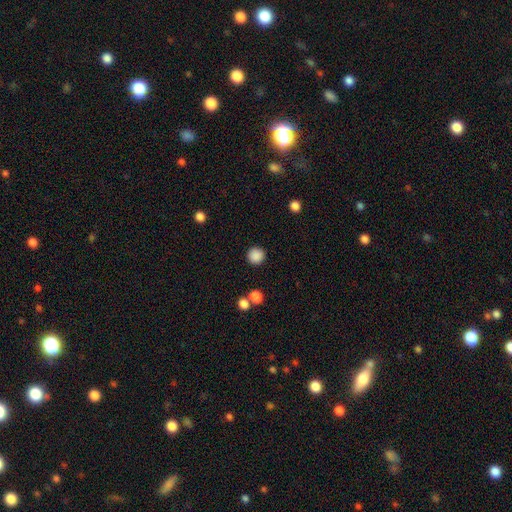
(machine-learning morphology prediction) type=smooth (87%); roundness=round (94%); merging=none (89%).